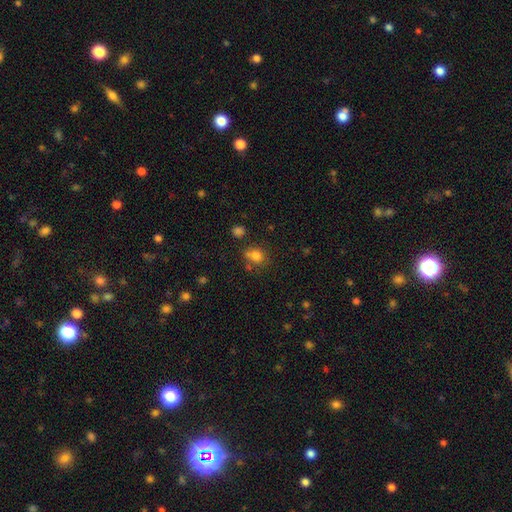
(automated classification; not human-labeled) smooth_or_featured: smooth (p=0.79) [alt: star or artifact p=0.13]
how_rounded: round (p=0.62) [alt: in between p=0.36]
merging: none (p=0.60) [alt: minor disturbance p=0.20]